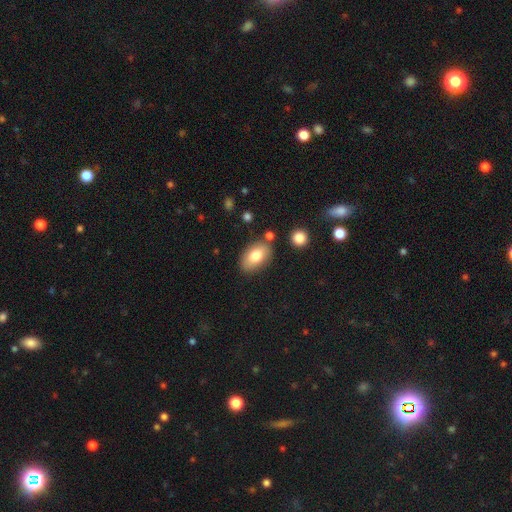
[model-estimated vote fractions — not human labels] This is likely a smooth galaxy (77%). How rounded: clearly in between (90%). Merging: likely none (80%).